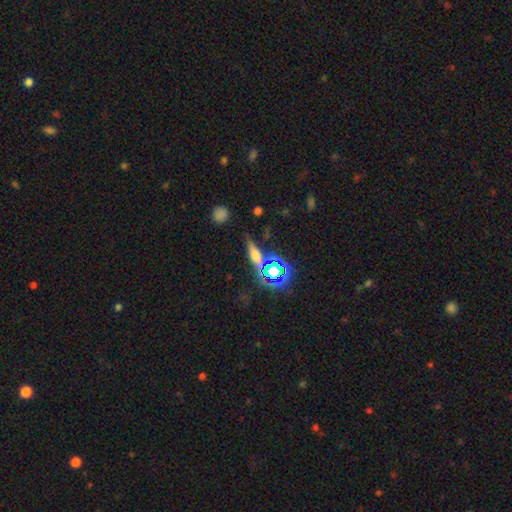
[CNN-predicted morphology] Smooth or featured? smooth (41%)
Merging? none (77%)